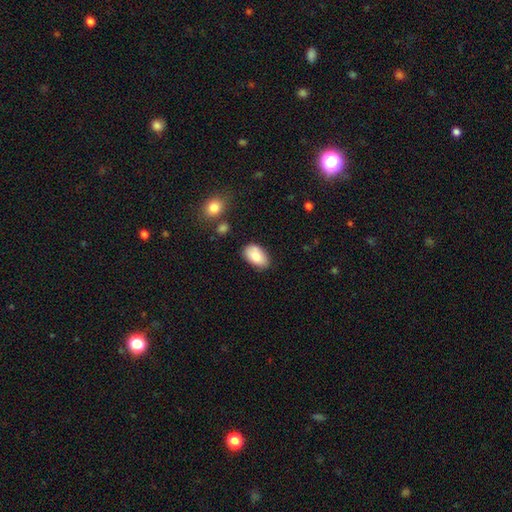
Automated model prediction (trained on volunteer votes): Smooth or featured: smooth — 83% (featured or disk — 10%)
How rounded: in between — 94% (round — 5%)
Merging: none — 76% (minor disturbance — 18%)